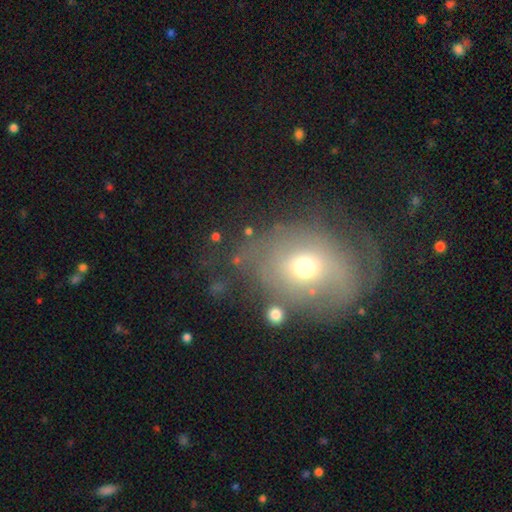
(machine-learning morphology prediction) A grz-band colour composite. It shows a featured or disk galaxy (43%). Merging: none (59%).